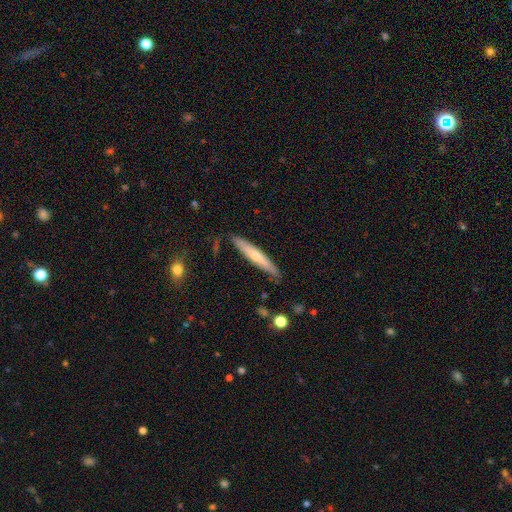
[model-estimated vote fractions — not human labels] This appears to be a smooth galaxy with no disk features (51%) that is cigar-shaped (92%). Merging: none (82%).